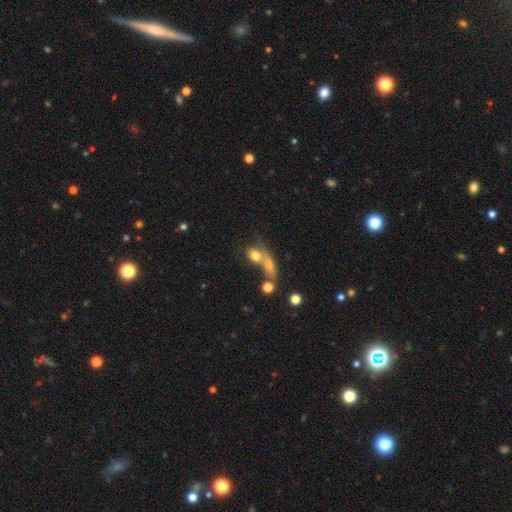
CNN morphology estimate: A smooth galaxy with no disk features (68%) that is in between round and cigar-shaped (55%).

Vote fractions:
- Smooth or featured? smooth: 68% / featured or disk: 20% / star or artifact: 12%
- How rounded? in between: 55% / round: 38% / cigar-shaped: 7%
- Merging? merger: 58% / none: 24% / major disturbance: 9% / minor disturbance: 9%